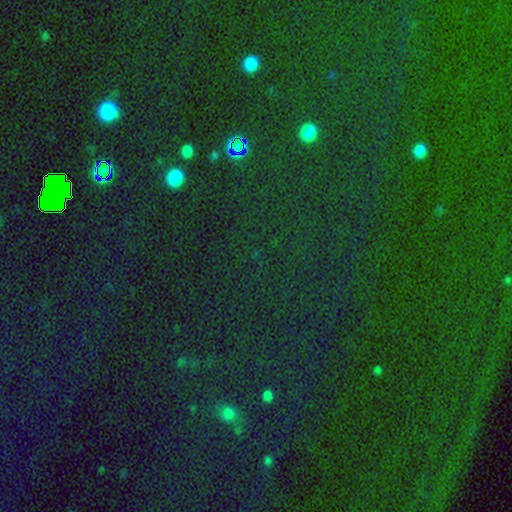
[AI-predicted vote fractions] Smooth or featured? star or artifact (81%)